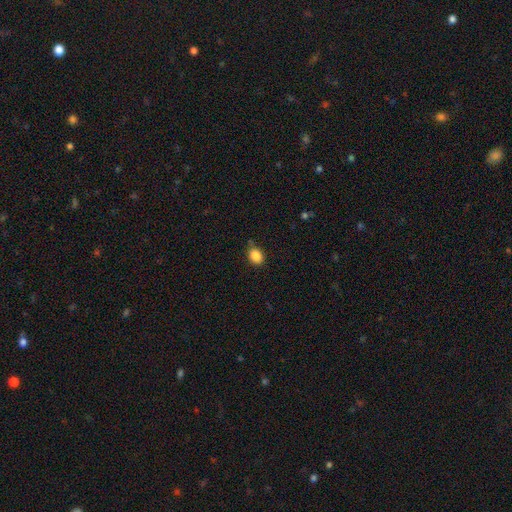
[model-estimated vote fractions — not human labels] This appears to be a smooth galaxy with no disk features (87%) that is in between round and cigar-shaped (60%). Merging: none (77%).